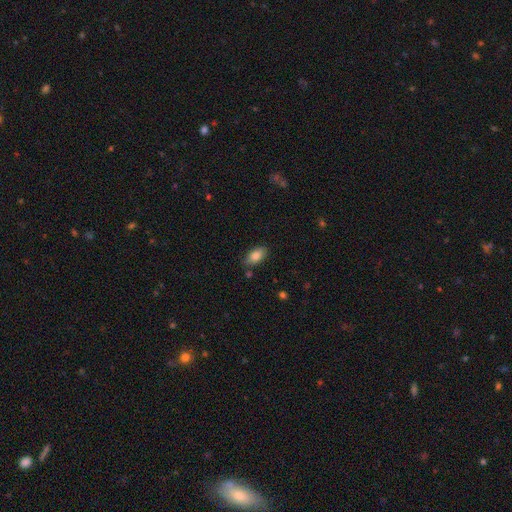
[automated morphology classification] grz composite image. It shows a smooth galaxy with no disk features (83%) that is in between round and cigar-shaped (92%). Merging: none (82%).